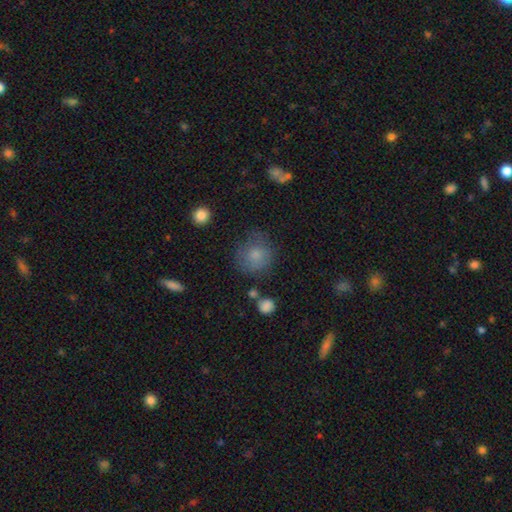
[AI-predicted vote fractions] Smooth or featured?
  - smooth: 78% *
  - featured or disk: 11%
  - star or artifact: 10%
How rounded?
  - round: 84% *
  - in between: 15%
  - cigar-shaped: 1%
Merging?
  - none: 63% *
  - minor disturbance: 22%
  - major disturbance: 11%
  - merger: 4%